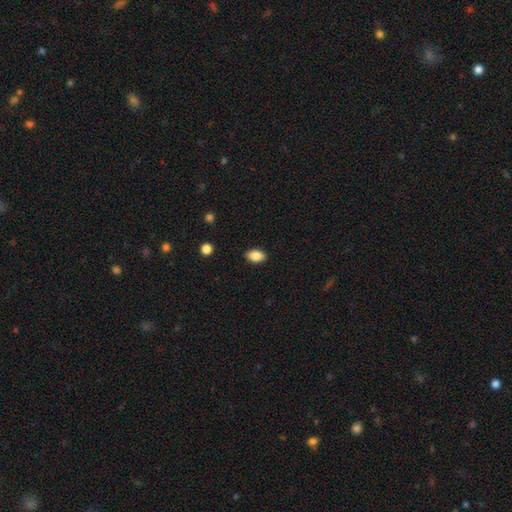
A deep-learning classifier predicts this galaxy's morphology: smooth 86%, star or artifact 8%, featured or disk 6%. Down the decision tree: how rounded — in between (89%); merging — none (88%).